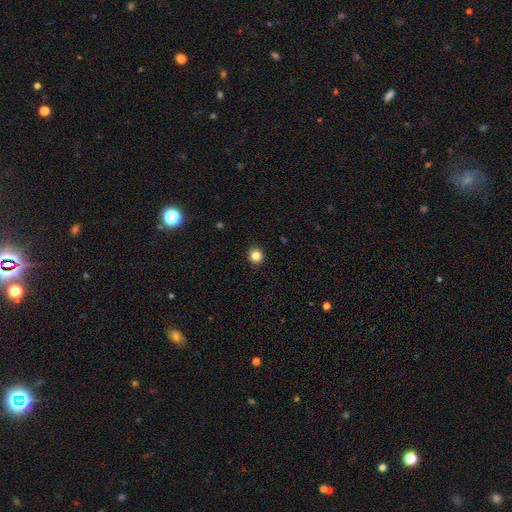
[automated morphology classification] Smooth or featured? Predicted: smooth (p=0.85). How rounded? Predicted: round (p=0.94). Merging? Predicted: none (p=0.93).